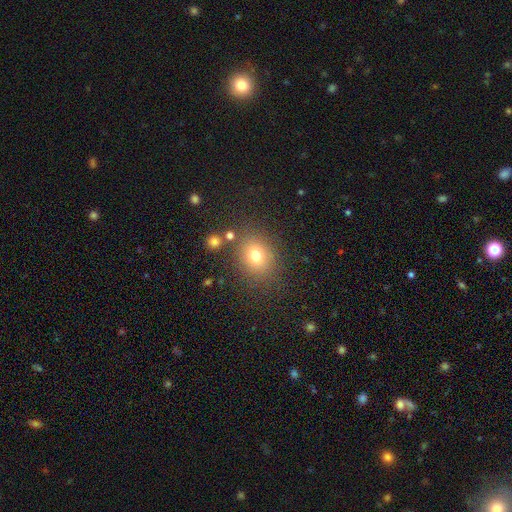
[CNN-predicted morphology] Overall: smooth (74%). How rounded: round (60%; in between 39%). Merging: none (79%).